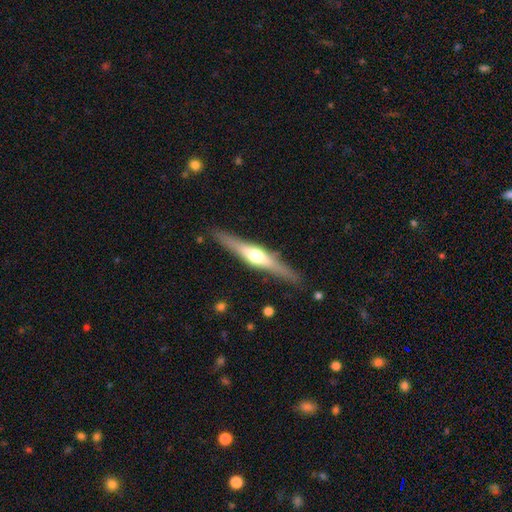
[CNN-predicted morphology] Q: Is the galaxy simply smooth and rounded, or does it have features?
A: featured or disk — 70%.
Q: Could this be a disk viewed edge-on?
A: yes — 97%.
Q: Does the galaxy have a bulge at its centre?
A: rounded — 91%.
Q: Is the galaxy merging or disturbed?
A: none — 87%.